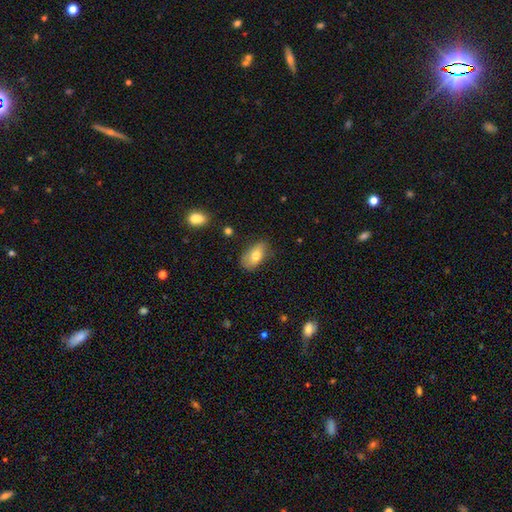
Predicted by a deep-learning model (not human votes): Q: Smooth or featured?
A: smooth (73%); runner-up: featured or disk (19%)
Q: How rounded?
A: in between (91%); runner-up: round (5%)
Q: Merging?
A: none (66%); runner-up: minor disturbance (26%)